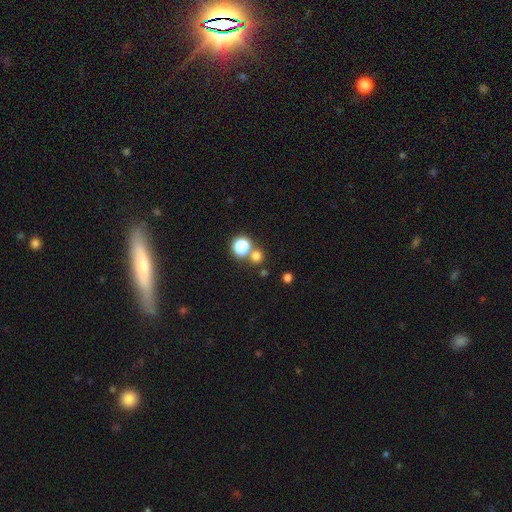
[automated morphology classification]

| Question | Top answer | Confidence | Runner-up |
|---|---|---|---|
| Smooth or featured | smooth | 71% | star or artifact (23%) |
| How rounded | round | 90% | in between (9%) |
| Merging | none | 69% | merger (22%) |